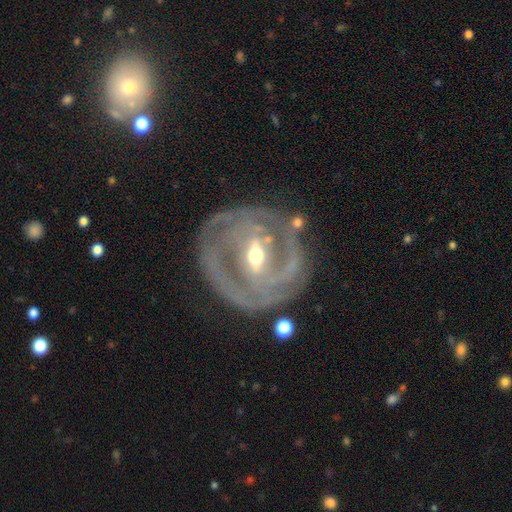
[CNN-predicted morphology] type=featured or disk (87%); edge-on=no (95%); bar=strong (54%); spiral arms=yes (85%); winding=tight (61%); arm count=2 (50%); bulge=moderate (59%); merging=none (71%).